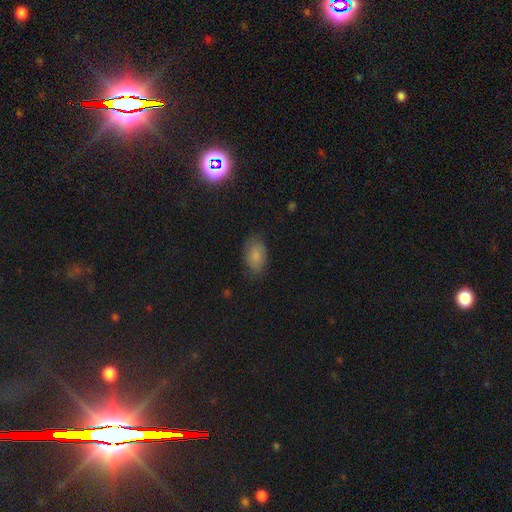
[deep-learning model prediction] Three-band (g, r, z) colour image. It shows a smooth galaxy with no disk features (82%) that is in between round and cigar-shaped (91%). Merging: none (77%).